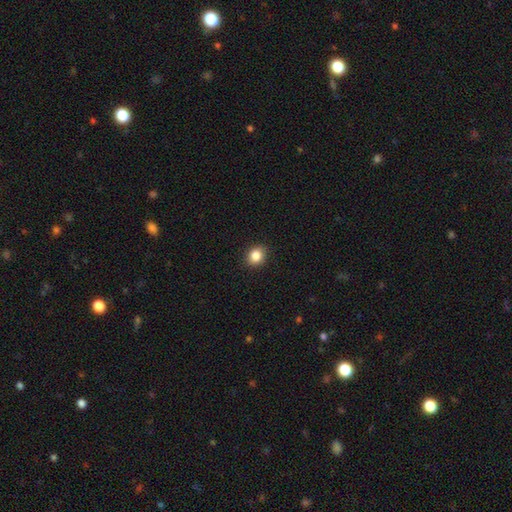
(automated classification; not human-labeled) smooth_or_featured: smooth (p=0.86) [alt: star or artifact p=0.10]
how_rounded: round (p=0.68) [alt: in between p=0.31]
merging: none (p=0.90) [alt: minor disturbance p=0.07]